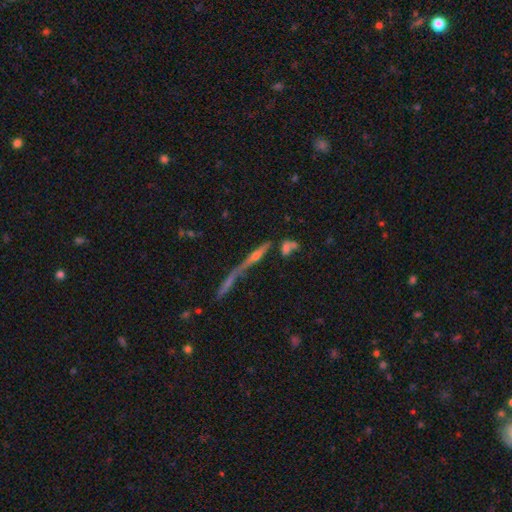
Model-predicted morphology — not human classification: Smooth or featured?
  - featured or disk: 58% *
  - smooth: 21%
  - star or artifact: 21%
Edge-on disk?
  - yes: 85% *
  - no: 15%
Merging?
  - none: 53% *
  - merger: 24%
  - minor disturbance: 12%
  - major disturbance: 11%